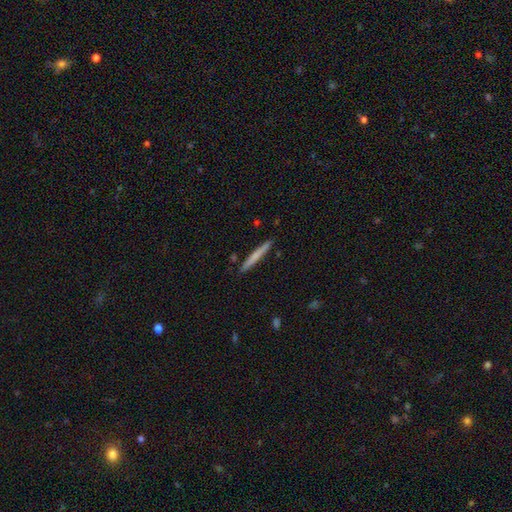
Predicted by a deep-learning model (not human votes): Morphology: type=smooth (63%); roundness=cigar-shaped (97%); merging=none (91%).